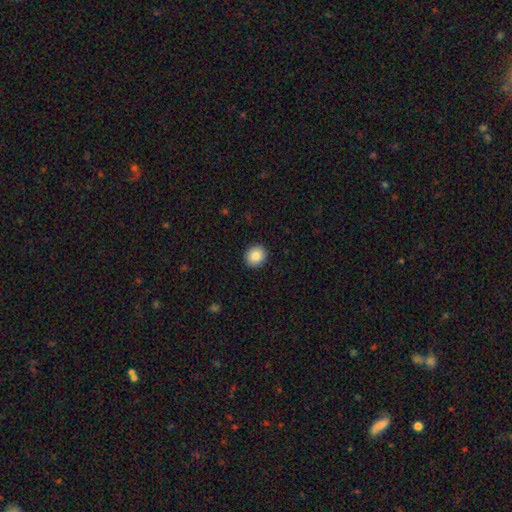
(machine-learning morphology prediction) Q: Smooth or featured?
A: smooth (87%); runner-up: star or artifact (8%)
Q: How rounded?
A: round (76%); runner-up: in between (24%)
Q: Merging?
A: none (91%); runner-up: minor disturbance (6%)